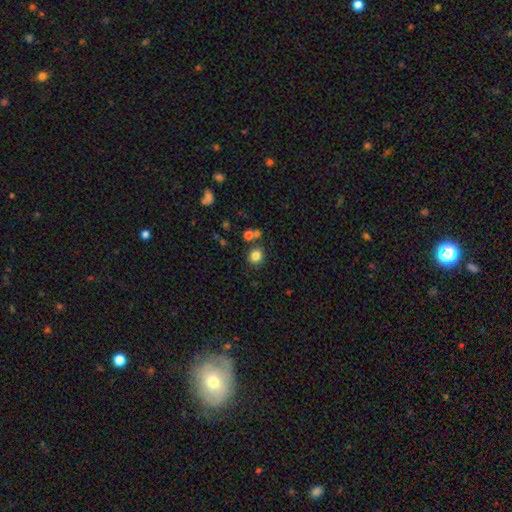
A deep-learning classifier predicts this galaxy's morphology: This appears to be a smooth galaxy with no disk features (82%) that is round (82%). Merging: none (79%).